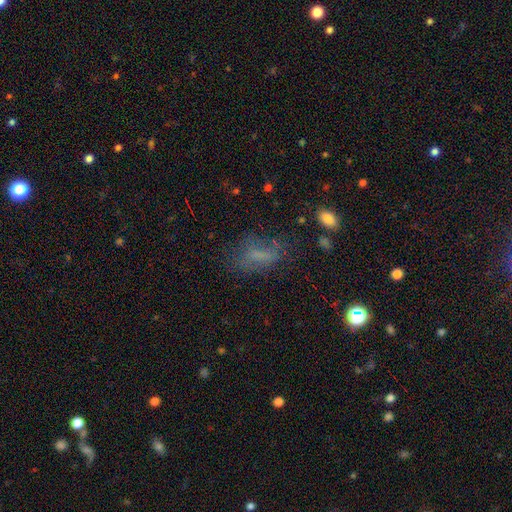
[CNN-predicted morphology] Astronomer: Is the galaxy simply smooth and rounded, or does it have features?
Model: smooth — 57%.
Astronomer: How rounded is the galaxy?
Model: in between — 72%.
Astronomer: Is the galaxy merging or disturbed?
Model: none — 55%.